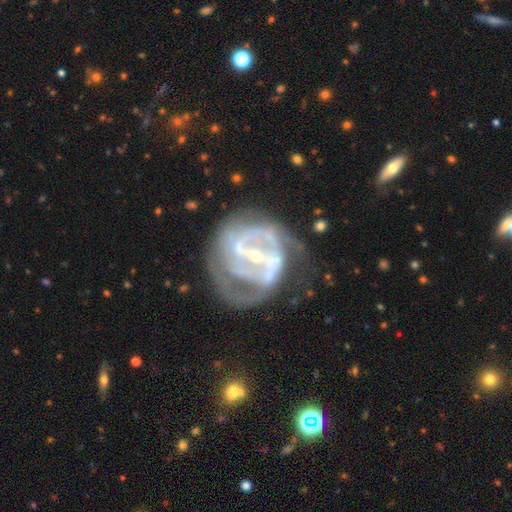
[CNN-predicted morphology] Smooth or featured?
  - featured or disk: 85% *
  - smooth: 8%
  - star or artifact: 6%
Edge-on disk?
  - no: 97% *
  - yes: 3%
Bar?
  - strong: 55% *
  - weak: 31%
  - no: 14%
Spiral arms?
  - yes: 82% *
  - no: 18%
Spiral winding?
  - tight: 46% *
  - medium: 40%
  - loose: 15%
Spiral arm count?
  - 2: 45% *
  - can't tell: 29%
  - 3: 13%
  - 1: 6%
  - 4: 4%
  - more than 4: 3%
Bulge size?
  - small: 69% *
  - moderate: 26%
  - none: 3%
  - large: 2%
  - dominant: 1%
Merging?
  - none: 50% *
  - major disturbance: 25%
  - minor disturbance: 22%
  - merger: 4%